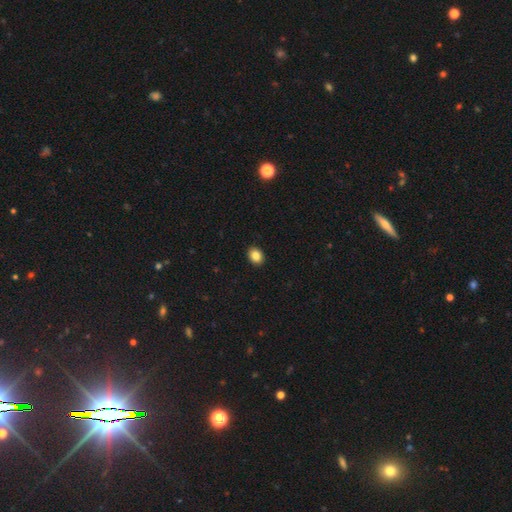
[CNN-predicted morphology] type=smooth (85%); roundness=in between (53%); merging=none (92%).